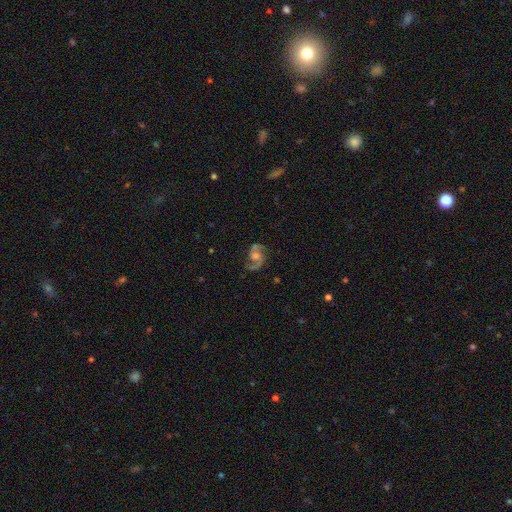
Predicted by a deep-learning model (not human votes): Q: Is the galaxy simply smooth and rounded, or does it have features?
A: featured or disk — 88%.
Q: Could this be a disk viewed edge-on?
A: no — 98%.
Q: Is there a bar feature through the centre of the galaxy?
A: no — 52%.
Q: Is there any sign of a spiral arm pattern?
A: yes — 97%.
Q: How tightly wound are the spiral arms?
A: medium — 55%.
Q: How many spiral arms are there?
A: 2 — 92%.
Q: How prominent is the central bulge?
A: moderate — 54%.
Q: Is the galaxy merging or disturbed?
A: none — 78%.